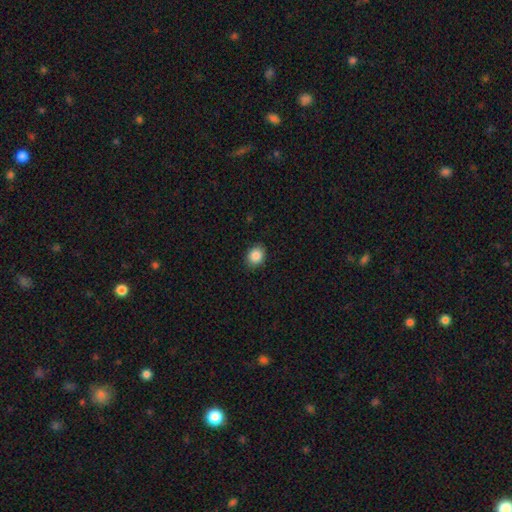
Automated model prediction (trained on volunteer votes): A smooth galaxy with no disk features (87%) that is round (56%). Merging: none (88%).